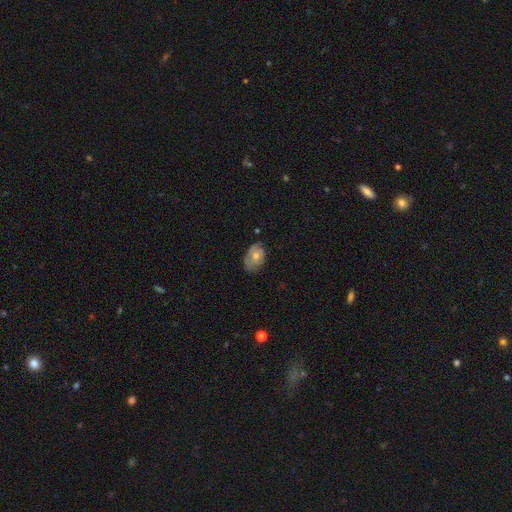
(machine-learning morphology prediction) smooth_or_featured: featured or disk (p=0.48) [alt: smooth p=0.42]
merging: none (p=0.67) [alt: minor disturbance p=0.25]